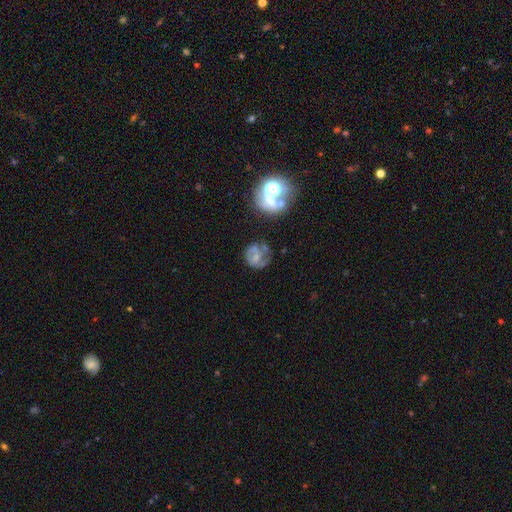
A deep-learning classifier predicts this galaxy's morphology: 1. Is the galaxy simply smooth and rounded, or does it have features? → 54% featured or disk, 33% smooth, 13% star or artifact.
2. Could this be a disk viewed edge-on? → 97% no, 3% yes.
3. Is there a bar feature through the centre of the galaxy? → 65% no, 27% weak, 8% strong.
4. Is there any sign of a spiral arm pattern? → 61% yes, 39% no.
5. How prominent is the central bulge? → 41% small, 29% moderate, 25% none, 3% large, 1% dominant.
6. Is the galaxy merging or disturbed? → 47% none, 24% minor disturbance, 21% major disturbance, 8% merger.